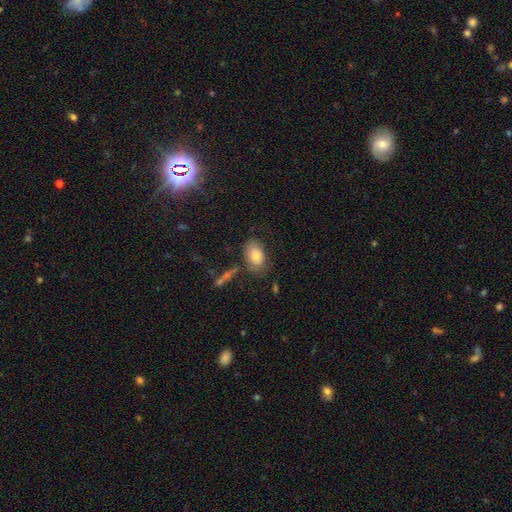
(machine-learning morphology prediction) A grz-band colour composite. It shows a smooth galaxy with no disk features (78%) that is in between round and cigar-shaped (89%). Merging: none (66%).